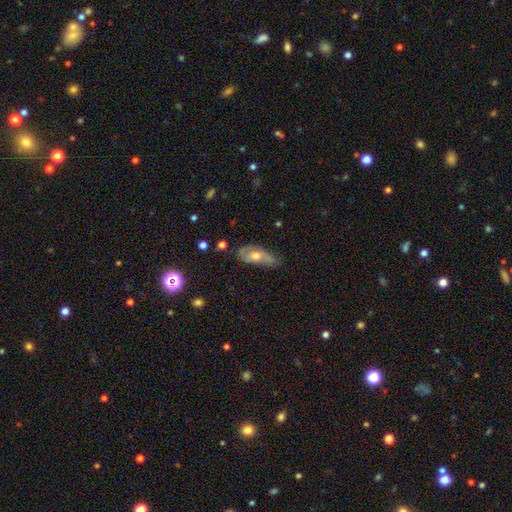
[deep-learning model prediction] A featured or disk galaxy (49%). Merging: none (57%).